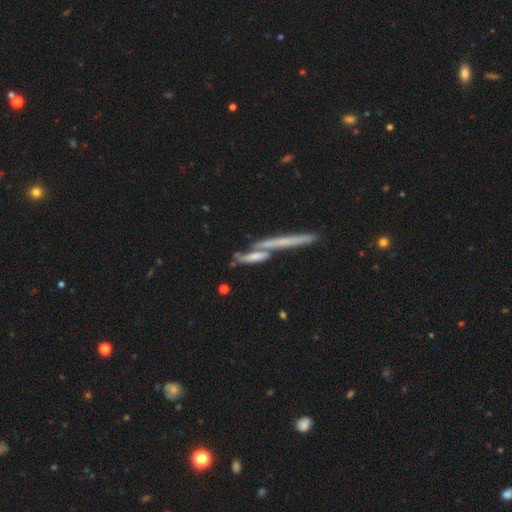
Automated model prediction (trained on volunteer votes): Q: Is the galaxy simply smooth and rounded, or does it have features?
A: featured or disk — 53%.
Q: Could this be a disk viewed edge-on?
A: yes — 78%.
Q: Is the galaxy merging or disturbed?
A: none — 49%.